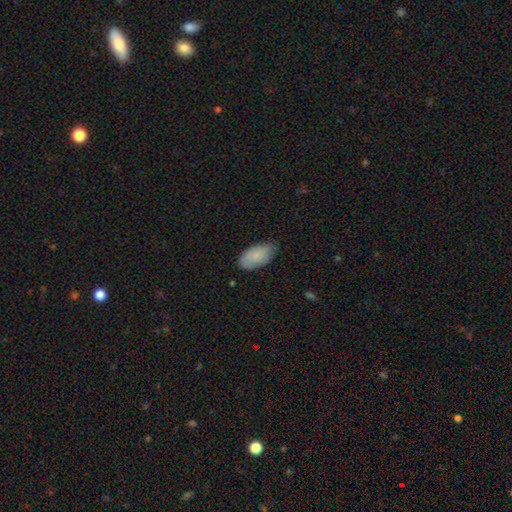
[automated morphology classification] Smooth or featured? smooth (85%)
How rounded? in between (95%)
Merging? none (70%)